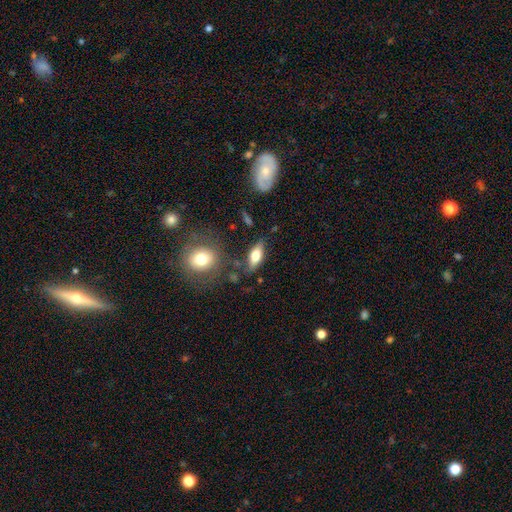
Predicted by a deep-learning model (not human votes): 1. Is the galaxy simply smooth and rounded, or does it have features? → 66% smooth, 26% featured or disk, 8% star or artifact.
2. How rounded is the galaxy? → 77% in between, 19% cigar-shaped, 4% round.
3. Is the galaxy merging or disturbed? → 73% none, 16% minor disturbance, 5% major disturbance, 5% merger.